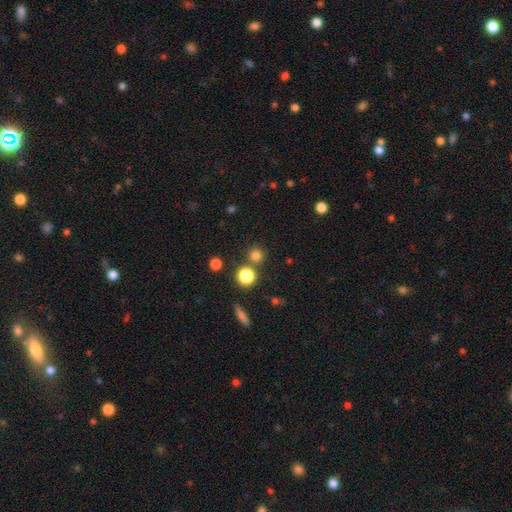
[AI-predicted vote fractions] Overall: smooth (78%). How rounded: round (93%). Merging: none (78%).